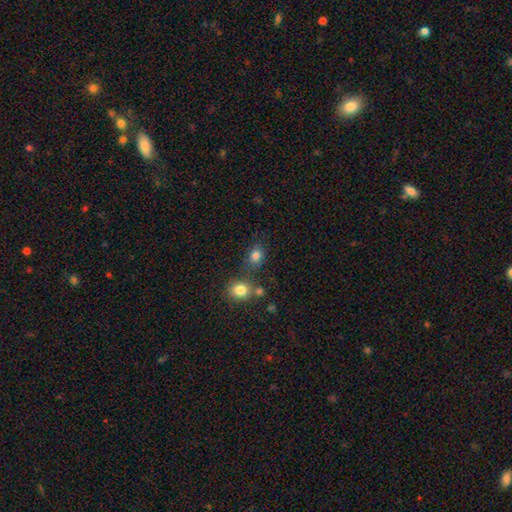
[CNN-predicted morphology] smooth-or-featured: smooth: 82% | star or artifact: 12% | featured or disk: 6%
  how-rounded: round: 56% | in between: 43% | cigar-shaped: 1%
  merging: none: 66% | merger: 17% | minor disturbance: 13% | major disturbance: 4%